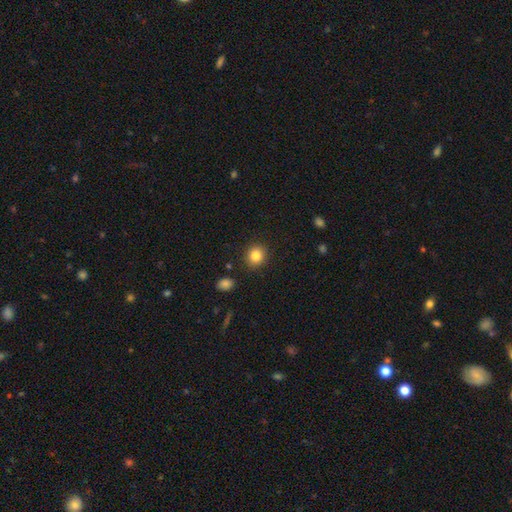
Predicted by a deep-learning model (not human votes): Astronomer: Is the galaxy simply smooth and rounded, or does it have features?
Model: smooth — 84%.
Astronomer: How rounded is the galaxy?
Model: round — 82%.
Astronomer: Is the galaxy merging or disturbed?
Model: none — 89%.